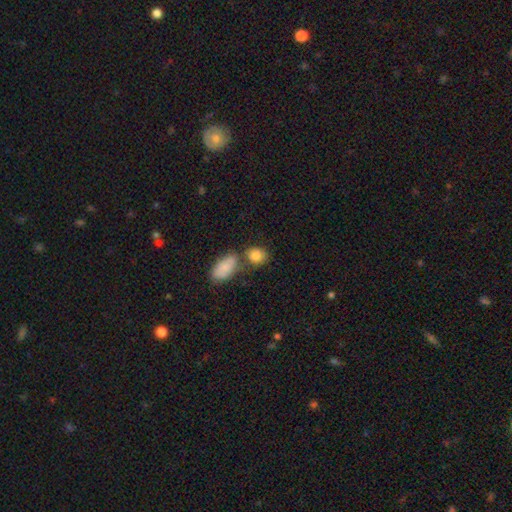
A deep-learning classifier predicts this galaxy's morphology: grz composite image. It shows a smooth galaxy with no disk features (85%) that is in between round and cigar-shaped (54%). Merging: none (57%).